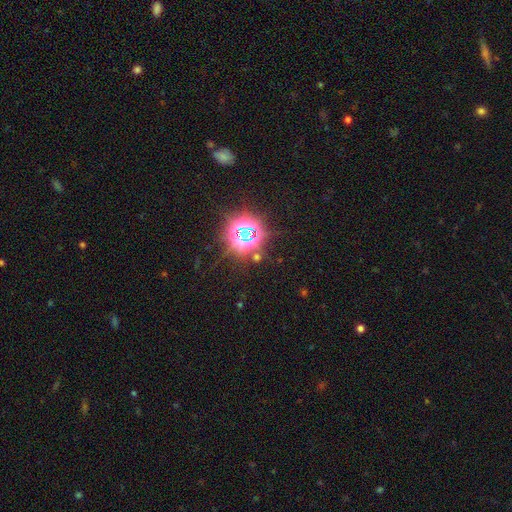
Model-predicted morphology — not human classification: Smooth or featured?
  - star or artifact: 79% *
  - smooth: 13%
  - featured or disk: 9%